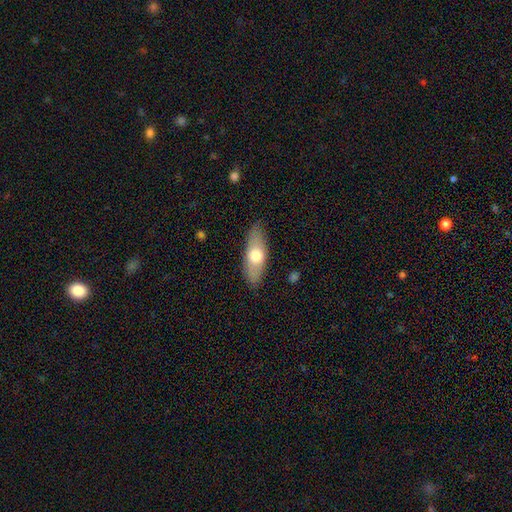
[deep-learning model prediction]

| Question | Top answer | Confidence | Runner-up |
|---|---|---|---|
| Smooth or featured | smooth | 62% | featured or disk (32%) |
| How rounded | in between | 66% | cigar-shaped (31%) |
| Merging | none | 85% | minor disturbance (11%) |